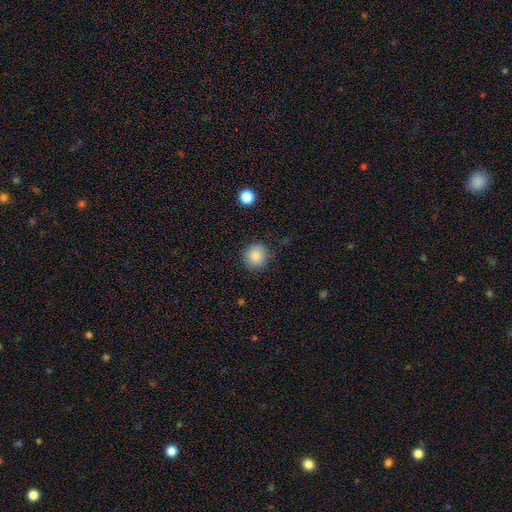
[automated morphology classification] smooth 86%, star or artifact 9%, featured or disk 5%. Down the decision tree: how rounded — round (90%); merging — none (88%).